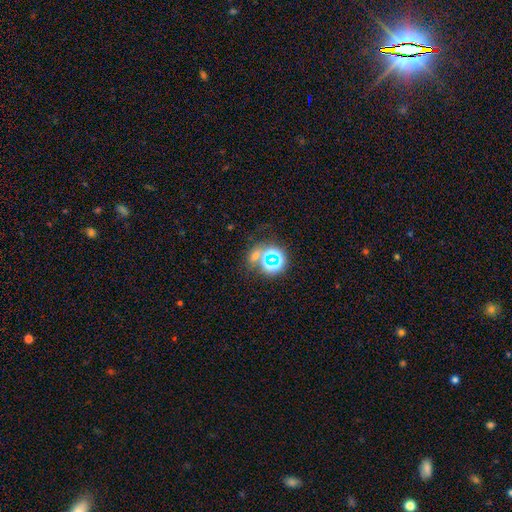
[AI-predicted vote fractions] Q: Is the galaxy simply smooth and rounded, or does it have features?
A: star or artifact — 52%.